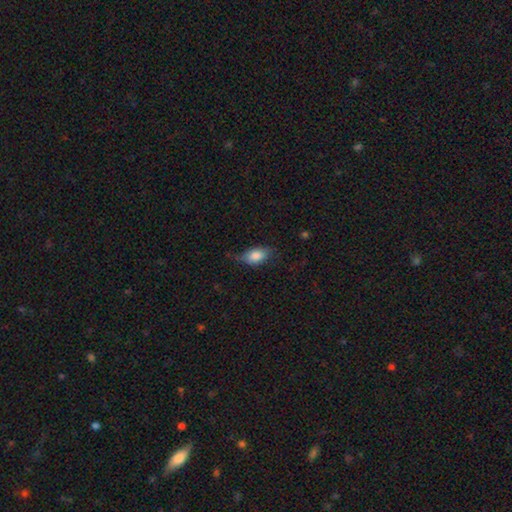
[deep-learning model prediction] Smooth or featured?
  - smooth: 81% *
  - featured or disk: 11%
  - star or artifact: 8%
How rounded?
  - in between: 87% *
  - round: 9%
  - cigar-shaped: 4%
Merging?
  - none: 59% *
  - minor disturbance: 31%
  - major disturbance: 8%
  - merger: 2%